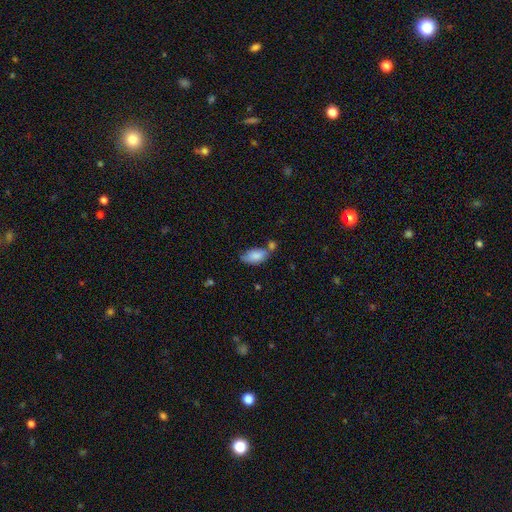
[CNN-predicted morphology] Smooth or featured? smooth (83%)
How rounded? in between (91%)
Merging? none (46%)